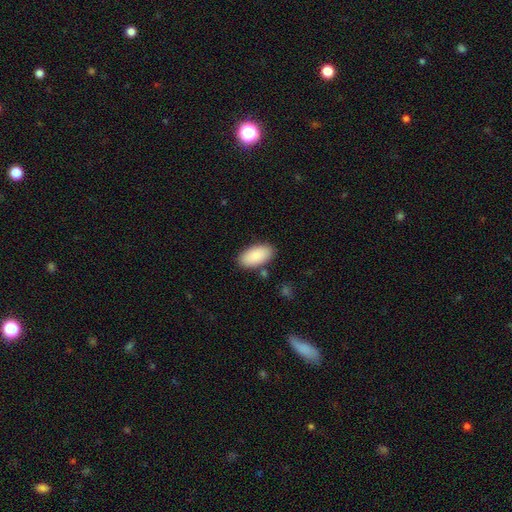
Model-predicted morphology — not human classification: Q: Smooth or featured?
A: smooth (89%); runner-up: star or artifact (6%)
Q: How rounded?
A: in between (95%); runner-up: cigar-shaped (3%)
Q: Merging?
A: none (84%); runner-up: minor disturbance (10%)